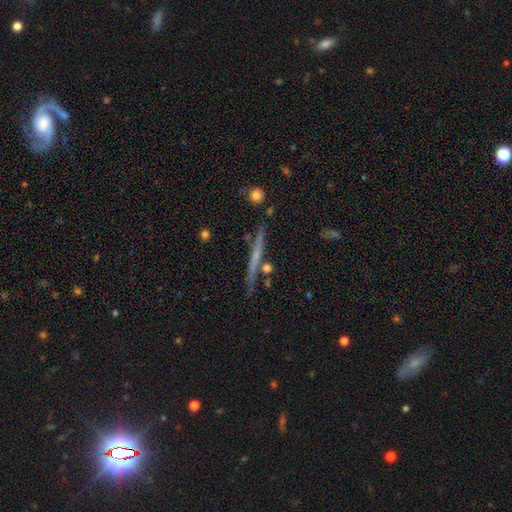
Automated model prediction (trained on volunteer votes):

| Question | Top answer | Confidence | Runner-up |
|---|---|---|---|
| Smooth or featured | featured or disk | 61% | smooth (32%) |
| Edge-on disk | yes | 96% | no (4%) |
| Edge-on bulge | none | 73% | rounded (21%) |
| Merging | none | 83% | minor disturbance (10%) |